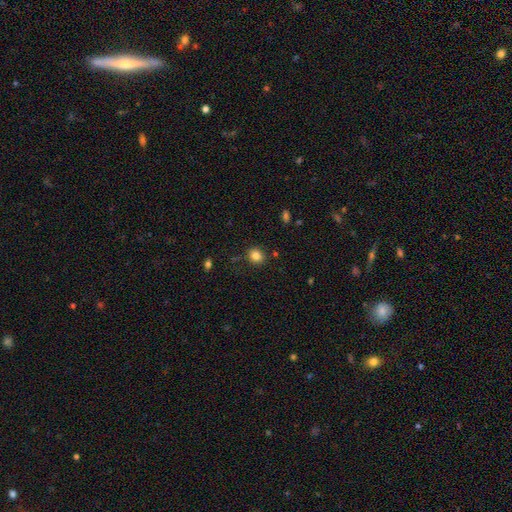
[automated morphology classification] Smooth or featured: smooth — 83% (star or artifact — 11%)
How rounded: round — 74% (in between — 25%)
Merging: none — 84% (minor disturbance — 10%)